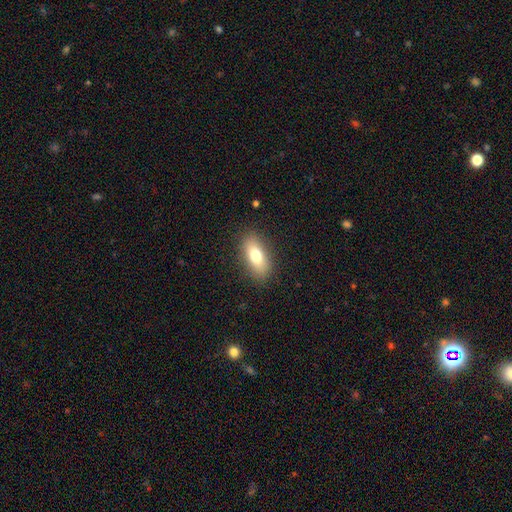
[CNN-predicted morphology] The model was most divided on "smooth or featured": smooth: 76%, featured or disk: 16%, star or artifact: 8%. More confident: merging — none (86%); how rounded — in between (83%).